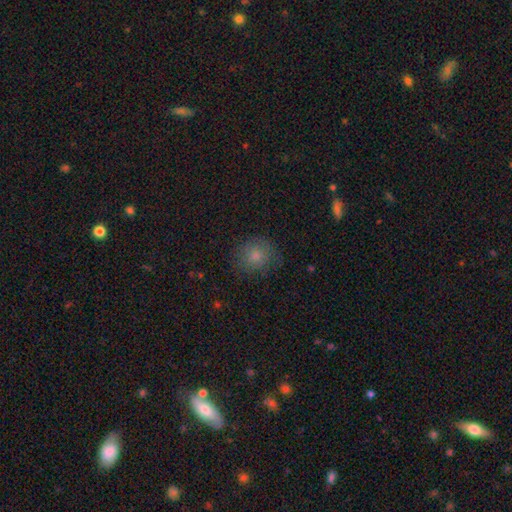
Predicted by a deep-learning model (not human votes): smooth_or_featured: smooth (p=0.79) [alt: star or artifact p=0.11]
how_rounded: round (p=0.81) [alt: in between p=0.18]
merging: none (p=0.76) [alt: minor disturbance p=0.17]